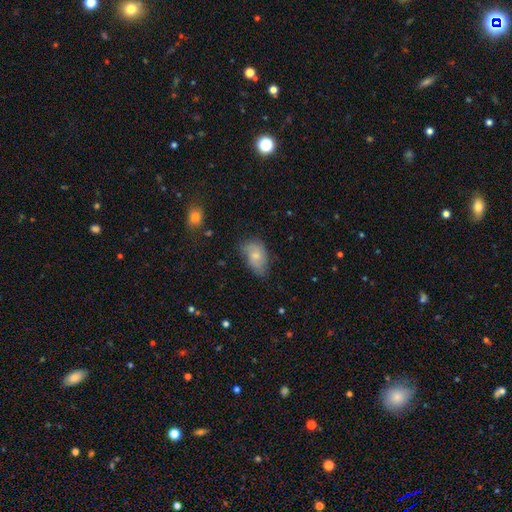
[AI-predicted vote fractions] smooth 65%, featured or disk 27%, star or artifact 8%. Down the decision tree: how rounded — in between (91%); merging — none (52%).